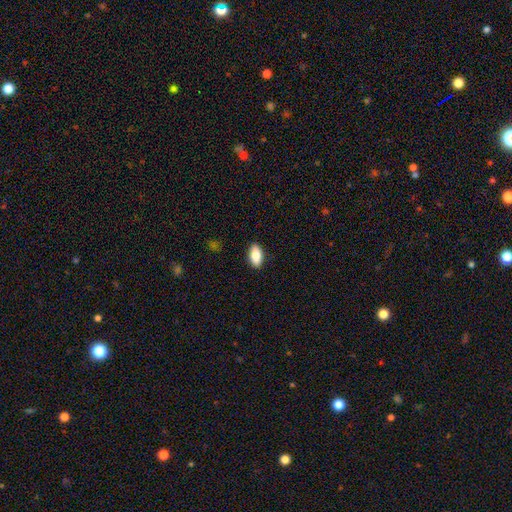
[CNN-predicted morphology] Overall: smooth (84%). How rounded: in between (91%). Merging: none (89%).